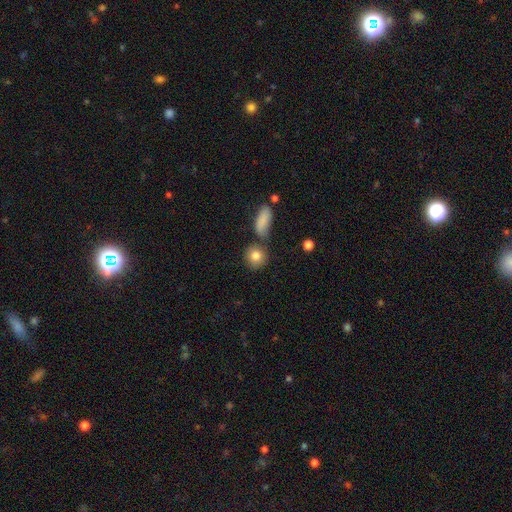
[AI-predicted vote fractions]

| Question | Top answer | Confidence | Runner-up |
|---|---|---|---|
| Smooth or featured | smooth | 83% | star or artifact (9%) |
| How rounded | round | 81% | in between (17%) |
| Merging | none | 72% | merger (13%) |